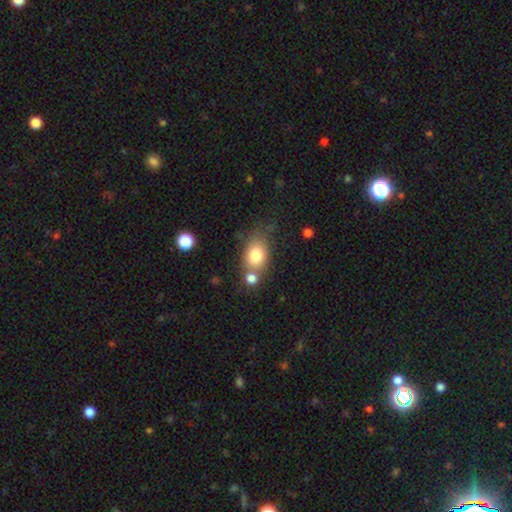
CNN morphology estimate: A smooth galaxy with no disk features (78%) that is in between round and cigar-shaped (73%). Merging: none (53%).